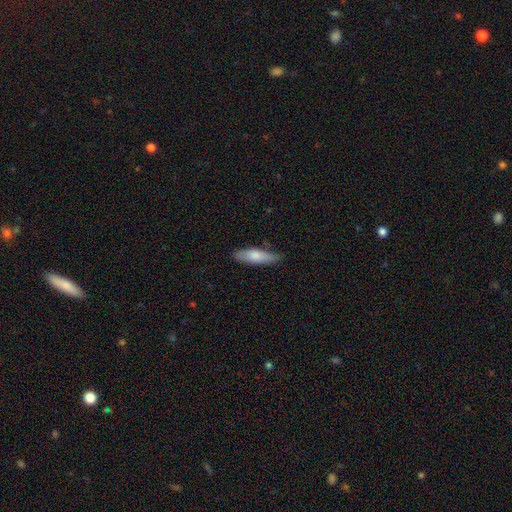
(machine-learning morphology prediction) smooth 74%, featured or disk 20%, star or artifact 5%. Down the decision tree: how rounded — cigar-shaped (57%); merging — none (76%).